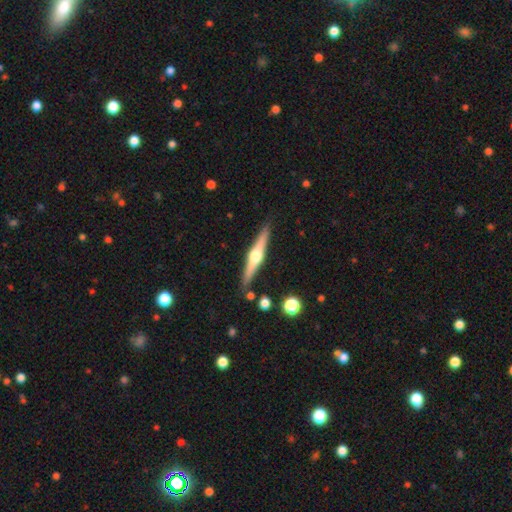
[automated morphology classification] The model was most divided on "smooth or featured": featured or disk: 72%, smooth: 22%, star or artifact: 5%. More confident: edge-on disk — yes (98%); edge-on bulge — rounded (94%); merging — none (88%).